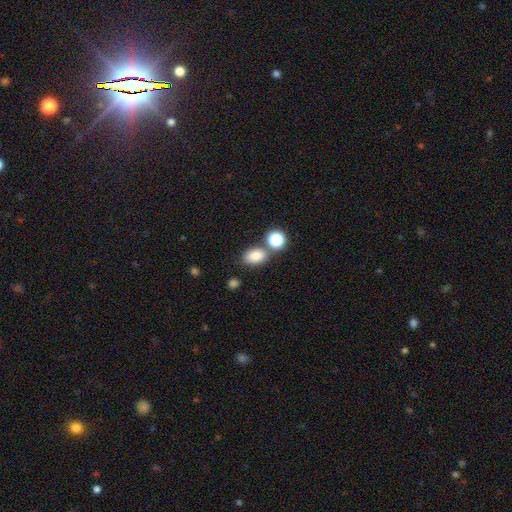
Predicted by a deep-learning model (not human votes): Overall: smooth (83%). How rounded: in between (81%). Merging: none (67%).